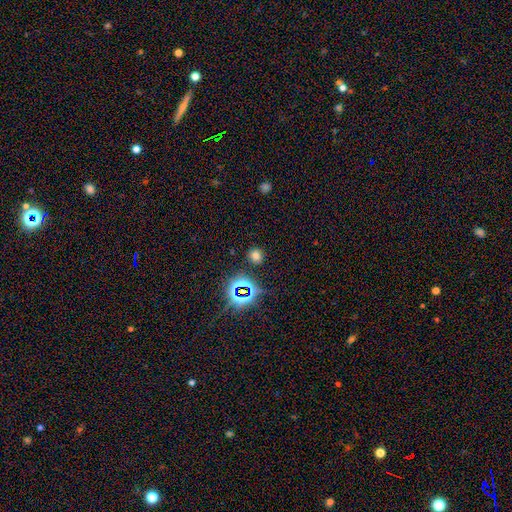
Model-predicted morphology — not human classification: smooth 66%, star or artifact 28%, featured or disk 6%. Down the decision tree: how rounded — round (78%); merging — none (87%).